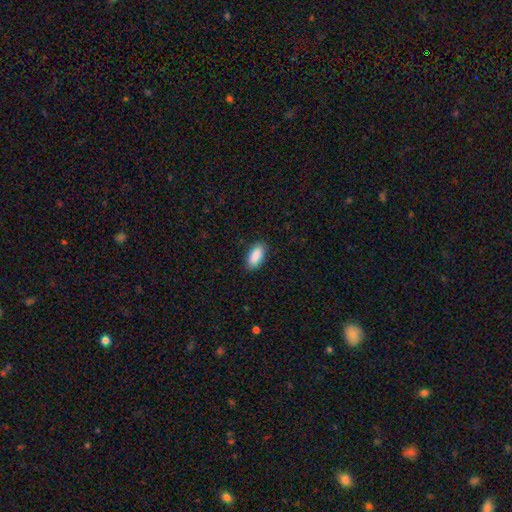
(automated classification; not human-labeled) A smooth galaxy with no disk features (89%) that is in between round and cigar-shaped (89%).

Vote fractions:
- Smooth or featured? smooth: 89% / star or artifact: 6% / featured or disk: 4%
- How rounded? in between: 89% / cigar-shaped: 9% / round: 2%
- Merging? none: 86% / minor disturbance: 10% / major disturbance: 2% / merger: 1%